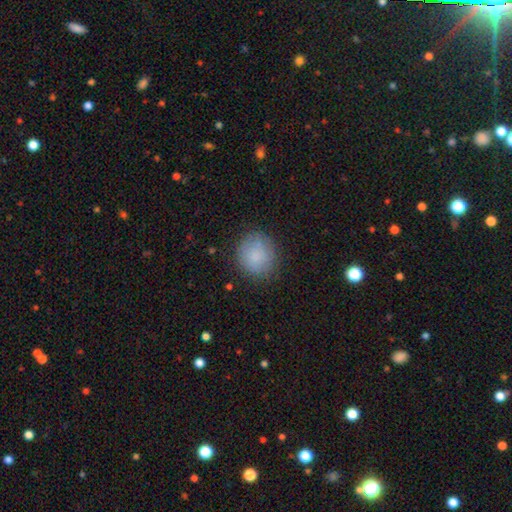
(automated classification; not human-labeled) Smooth or featured? smooth (85%)
How rounded? round (86%)
Merging? none (83%)